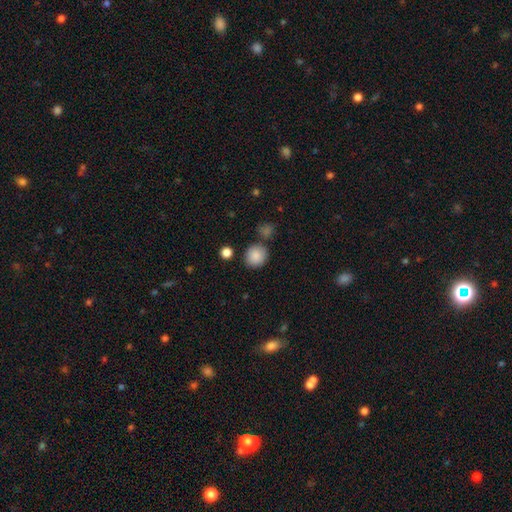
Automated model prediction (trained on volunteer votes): Overall: smooth (87%). How rounded: round (87%). Merging: none (79%).